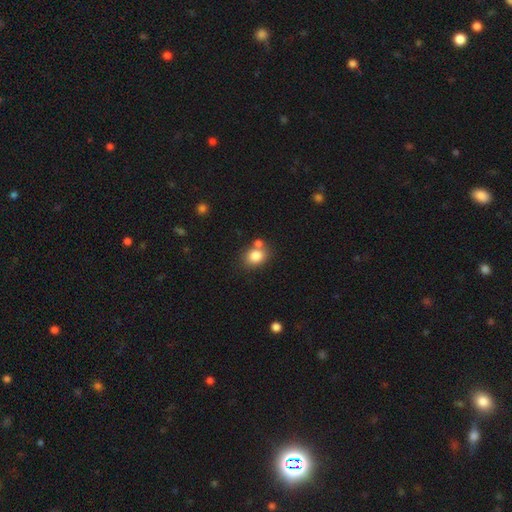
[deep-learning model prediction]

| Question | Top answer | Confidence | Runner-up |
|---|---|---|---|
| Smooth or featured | smooth | 83% | star or artifact (10%) |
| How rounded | round | 51% | in between (48%) |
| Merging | none | 61% | merger (24%) |